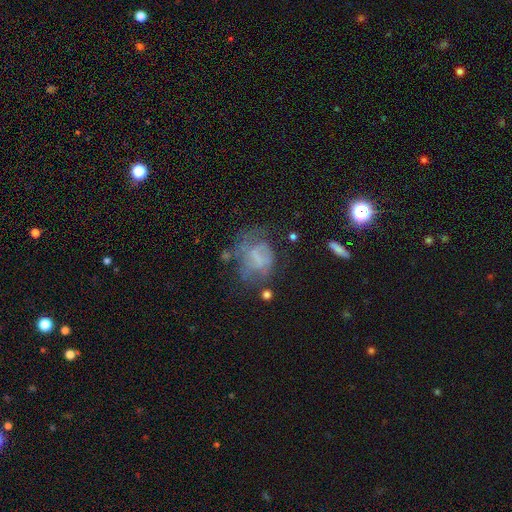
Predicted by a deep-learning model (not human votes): smooth_or_featured: featured or disk (p=0.54) [alt: smooth p=0.29]
disk_edge_on: no (p=0.97) [alt: yes p=0.03]
bar: no (p=0.62) [alt: weak p=0.30]
has_spiral_arms: no (p=0.55) [alt: yes p=0.45]
bulge_size: none (p=0.58) [alt: small p=0.24]
merging: none (p=0.41) [alt: major disturbance p=0.31]